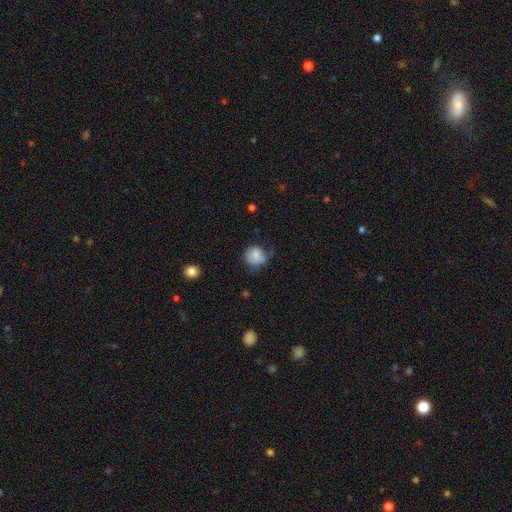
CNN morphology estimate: smooth 77%, featured or disk 15%, star or artifact 8%. Down the decision tree: how rounded — round (76%); merging — none (53%).